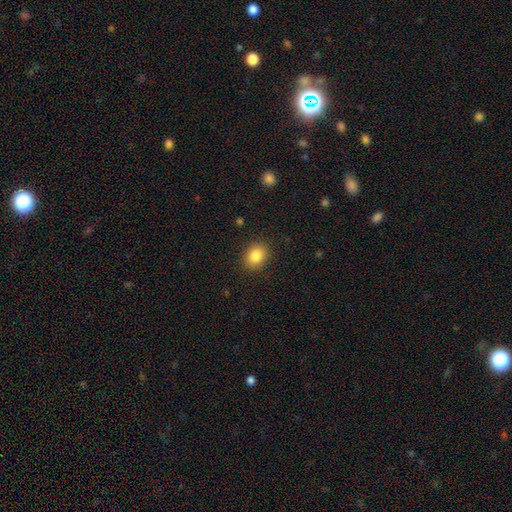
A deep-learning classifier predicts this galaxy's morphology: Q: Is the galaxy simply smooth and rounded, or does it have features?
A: smooth — 84%.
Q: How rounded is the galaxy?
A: in between — 58%.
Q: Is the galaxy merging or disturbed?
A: none — 88%.